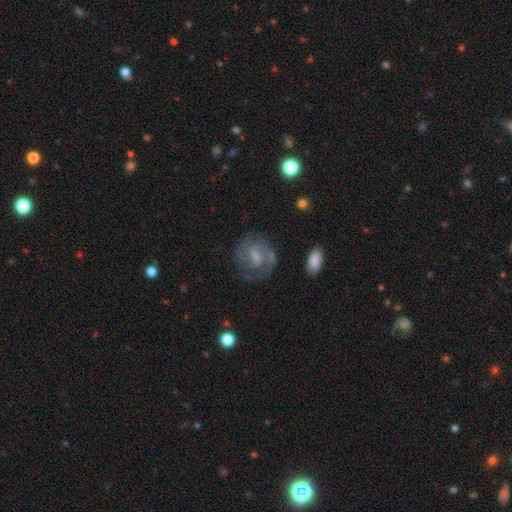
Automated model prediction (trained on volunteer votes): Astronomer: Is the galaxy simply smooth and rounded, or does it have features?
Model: featured or disk — 77%.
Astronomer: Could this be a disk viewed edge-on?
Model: no — 97%.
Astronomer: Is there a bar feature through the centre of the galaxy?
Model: weak — 55%.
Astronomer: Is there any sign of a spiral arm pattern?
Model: yes — 92%.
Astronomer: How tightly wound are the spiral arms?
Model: tight — 48% (runner-up: medium, 41%).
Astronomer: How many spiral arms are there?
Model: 2 — 67%.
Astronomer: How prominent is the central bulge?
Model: small — 43% (runner-up: moderate, 35%).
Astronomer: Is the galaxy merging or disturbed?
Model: none — 74%.